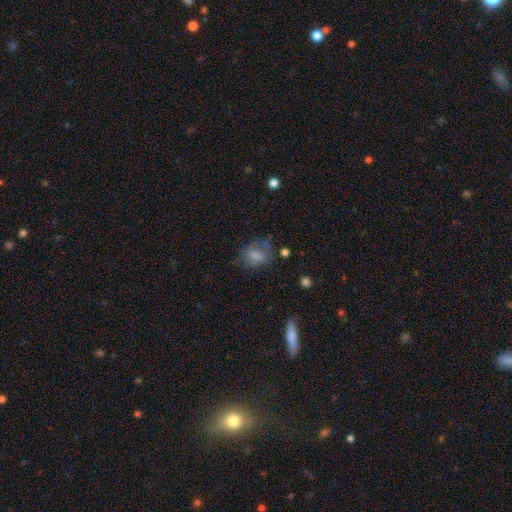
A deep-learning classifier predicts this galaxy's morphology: Overall: smooth (67%). How rounded: in between (59%; round 39%). Merging: none (53%; minor disturbance 25%).